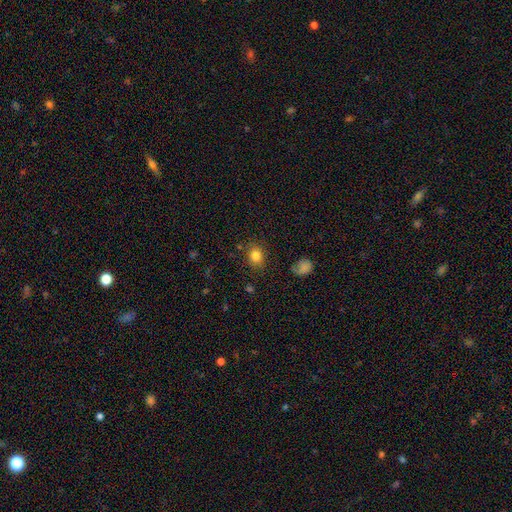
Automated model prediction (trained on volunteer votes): Overall: smooth (82%). How rounded: round (63%; in between 36%). Merging: none (83%).